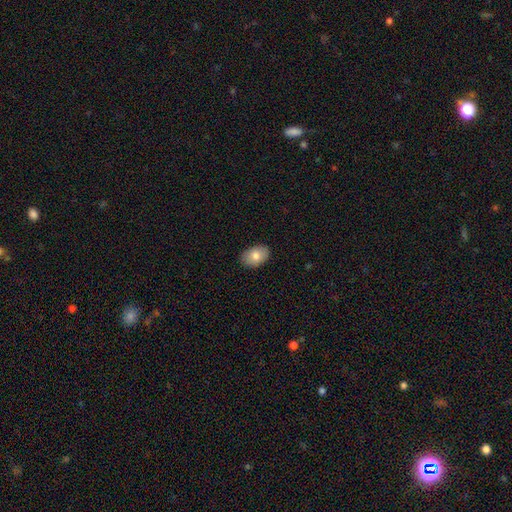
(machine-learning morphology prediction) Q: Smooth or featured?
A: smooth (80%); runner-up: featured or disk (14%)
Q: How rounded?
A: in between (87%); runner-up: round (11%)
Q: Merging?
A: none (88%); runner-up: minor disturbance (9%)